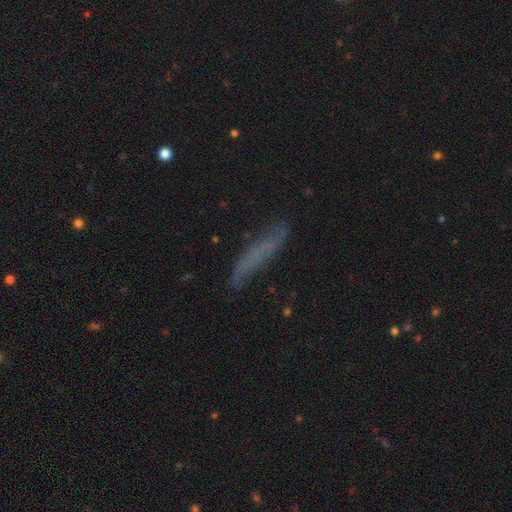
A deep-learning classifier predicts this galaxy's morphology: Smooth or featured? Predicted: smooth (p=0.50). Merging? Predicted: none (p=0.71).